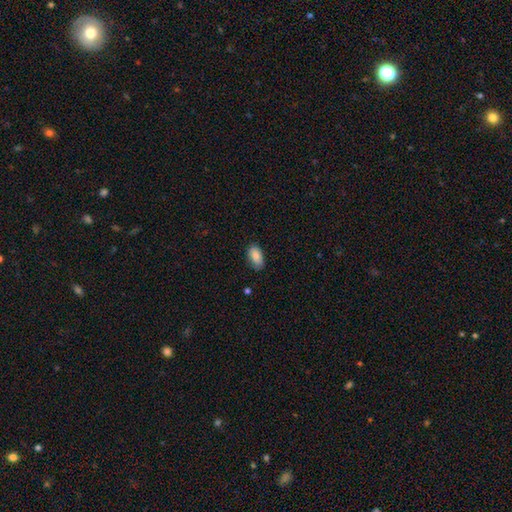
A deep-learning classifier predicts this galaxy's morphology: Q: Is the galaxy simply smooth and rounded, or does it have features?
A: smooth — 85%.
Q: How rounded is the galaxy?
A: in between — 93%.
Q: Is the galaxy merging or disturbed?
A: none — 79%.